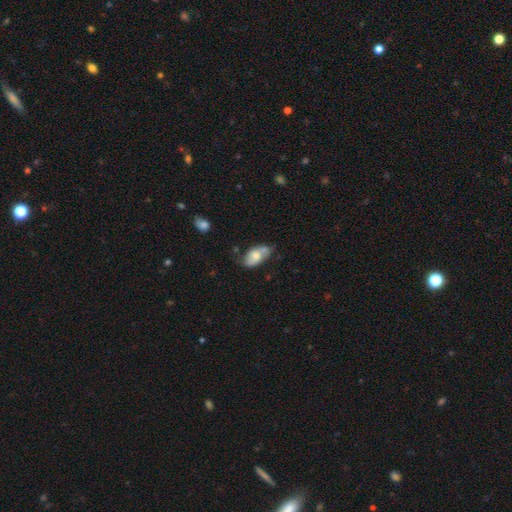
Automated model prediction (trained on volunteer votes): Q: Smooth or featured?
A: smooth (62%); runner-up: featured or disk (31%)
Q: How rounded?
A: in between (92%); runner-up: round (5%)
Q: Merging?
A: none (48%); runner-up: minor disturbance (31%)